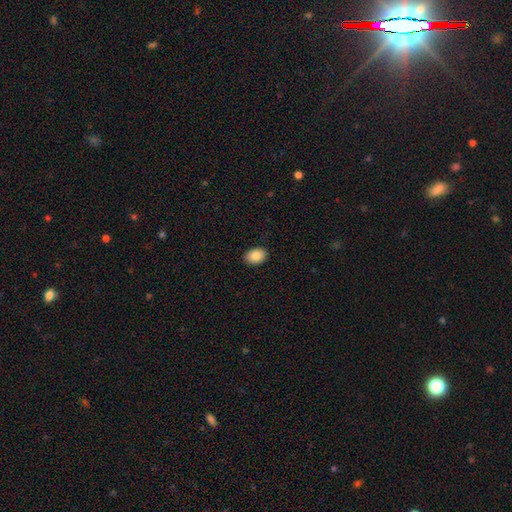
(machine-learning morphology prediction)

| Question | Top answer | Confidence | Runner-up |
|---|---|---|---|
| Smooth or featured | smooth | 87% | star or artifact (7%) |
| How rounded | in between | 82% | round (17%) |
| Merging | none | 90% | minor disturbance (7%) |